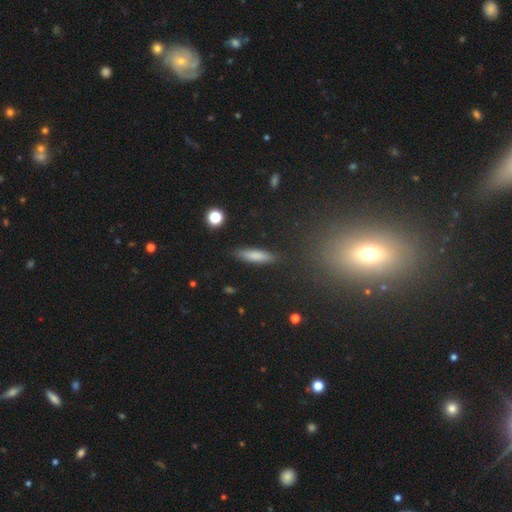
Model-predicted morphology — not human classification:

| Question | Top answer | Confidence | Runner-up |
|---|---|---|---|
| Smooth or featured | smooth | 80% | featured or disk (13%) |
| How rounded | cigar-shaped | 74% | in between (24%) |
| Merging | none | 88% | minor disturbance (8%) |